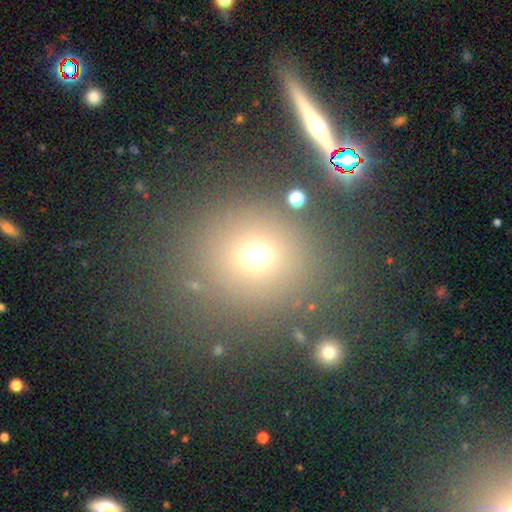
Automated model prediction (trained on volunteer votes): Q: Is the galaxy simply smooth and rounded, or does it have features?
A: smooth — 65%.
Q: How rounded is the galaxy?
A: round — 80%.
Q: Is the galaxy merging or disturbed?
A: none — 78%.